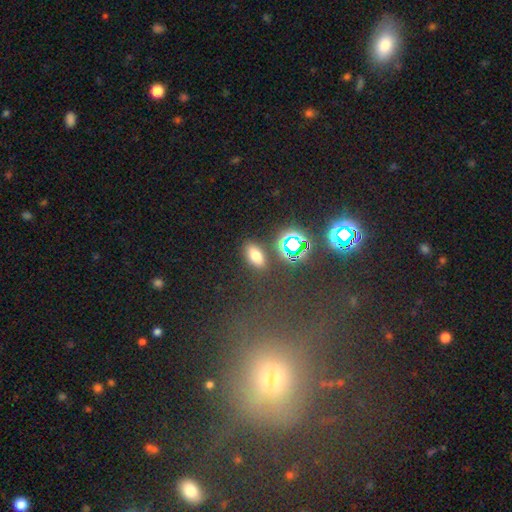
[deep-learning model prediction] Morphology: type=smooth (64%); roundness=in between (82%); merging=none (85%).